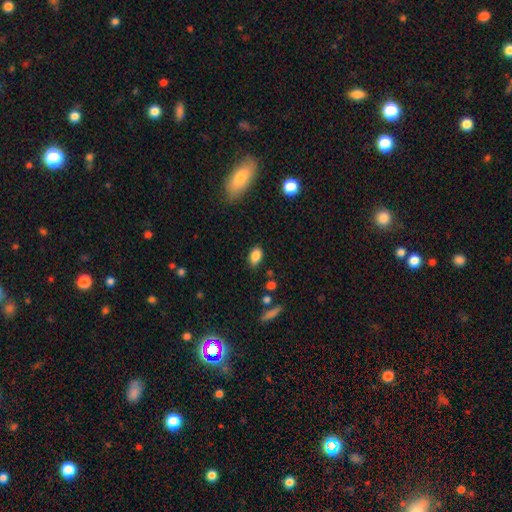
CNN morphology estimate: smooth_or_featured: smooth (p=0.85) [alt: star or artifact p=0.09]
how_rounded: in between (p=0.88) [alt: round p=0.09]
merging: none (p=0.82) [alt: minor disturbance p=0.13]